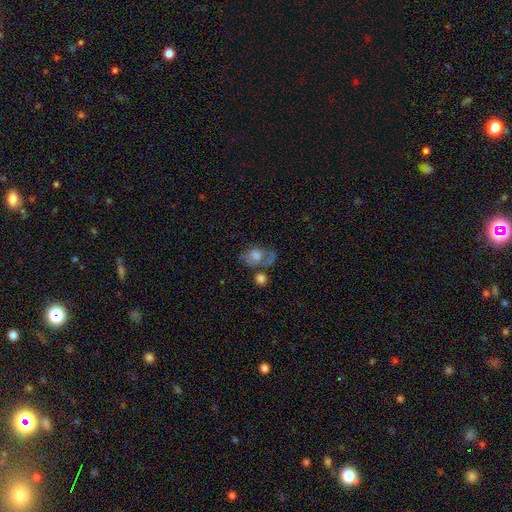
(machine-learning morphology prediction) A smooth galaxy with no disk features (50%) that is in between round and cigar-shaped (68%). Merging: none (41%).